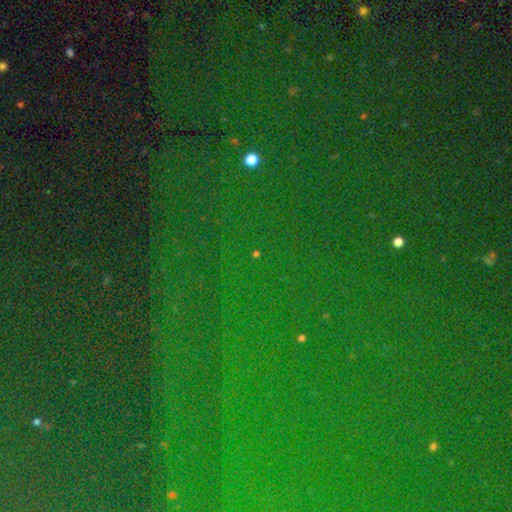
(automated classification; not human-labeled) The model was most divided on "smooth or featured": star or artifact: 83%, smooth: 9%, featured or disk: 7%.